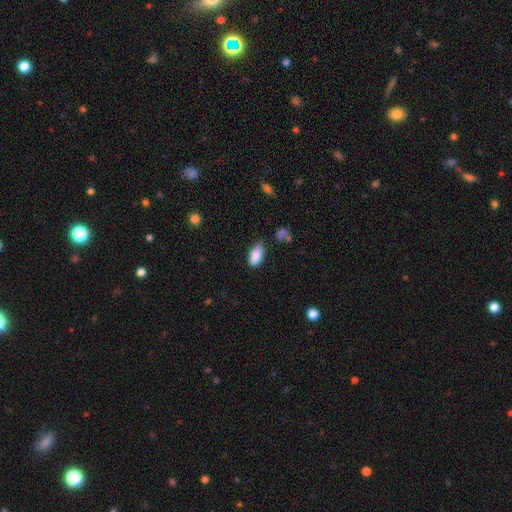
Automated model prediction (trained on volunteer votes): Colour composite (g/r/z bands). It shows a smooth galaxy with no disk features (87%) that is in between round and cigar-shaped (92%). Merging: none (63%).